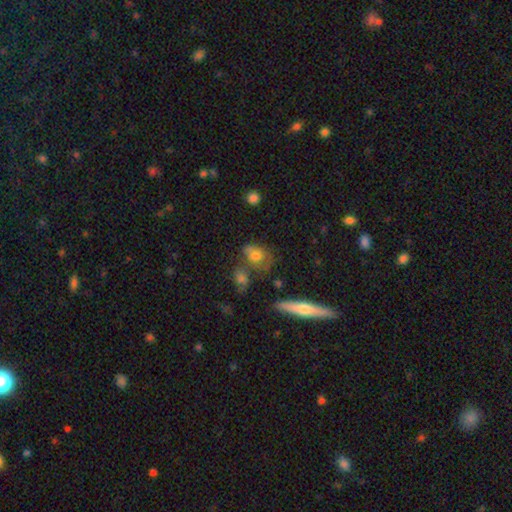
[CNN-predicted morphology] Smooth or featured? Predicted: smooth (p=0.65). How rounded? Predicted: in between (p=0.58). Merging? Predicted: none (p=0.41).